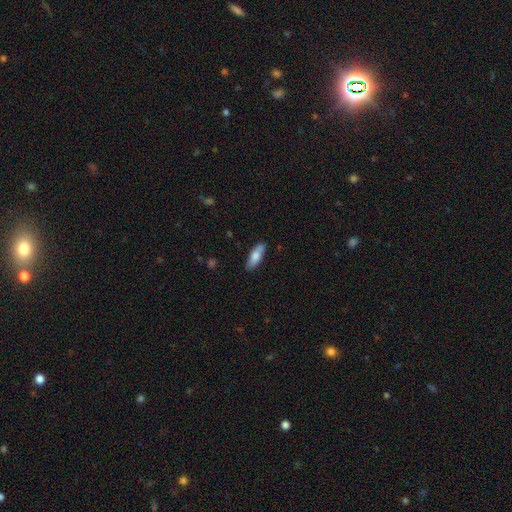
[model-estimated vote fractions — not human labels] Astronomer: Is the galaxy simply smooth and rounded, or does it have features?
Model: smooth — 75%.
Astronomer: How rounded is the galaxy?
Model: in between — 54% (runner-up: cigar-shaped, 44%).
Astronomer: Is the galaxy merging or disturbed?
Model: none — 86%.